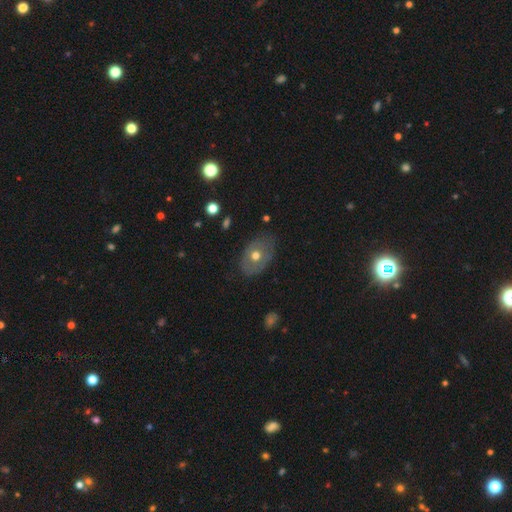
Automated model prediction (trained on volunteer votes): A smooth galaxy with no disk features (50%). Merging: none (74%).